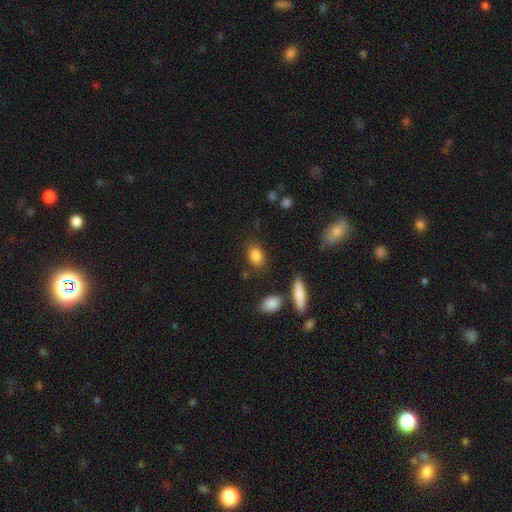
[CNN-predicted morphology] type=smooth (86%); roundness=in between (68%); merging=none (78%).